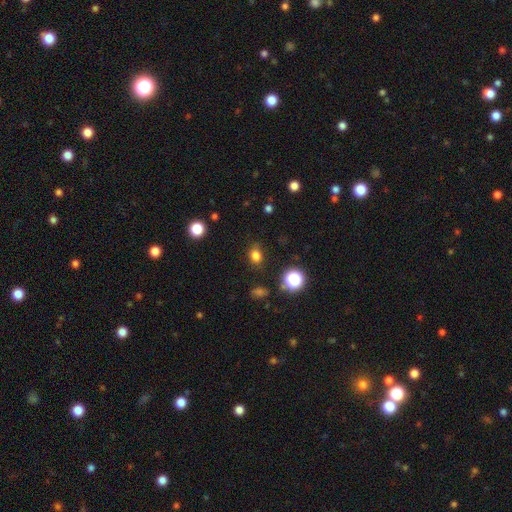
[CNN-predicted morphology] type=smooth (79%); roundness=in between (51%); merging=none (83%).